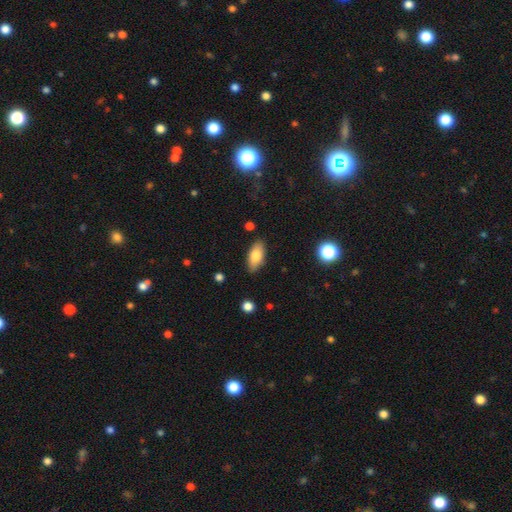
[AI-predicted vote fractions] Morphology: type=smooth (79%); roundness=in between (88%); merging=none (86%).